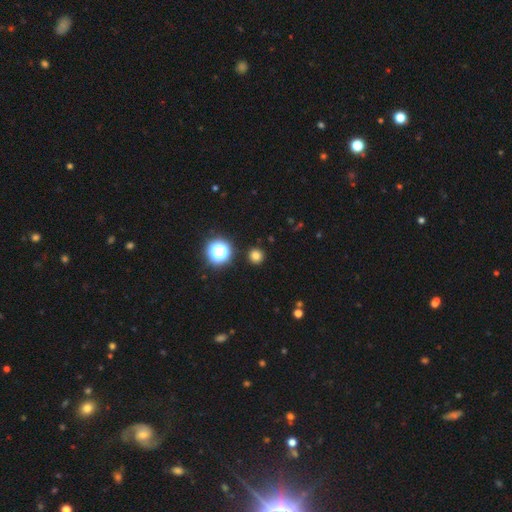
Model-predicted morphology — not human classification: Smooth or featured? Predicted: smooth (p=0.76). How rounded? Predicted: round (p=0.95). Merging? Predicted: none (p=0.91).